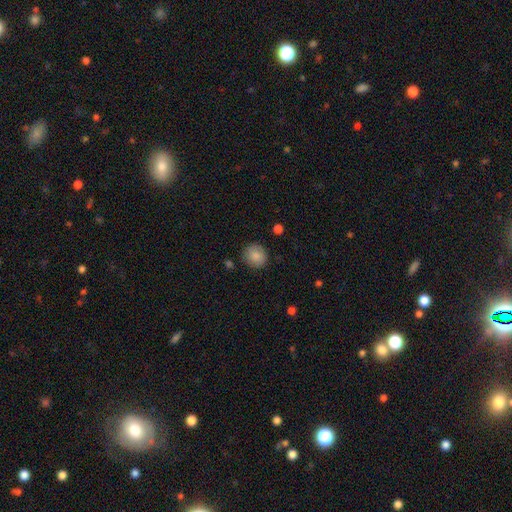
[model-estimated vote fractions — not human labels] The model was most divided on "how rounded": round: 88%, in between: 11%, cigar-shaped: 1%. More confident: merging — none (87%); smooth or featured — smooth (87%).